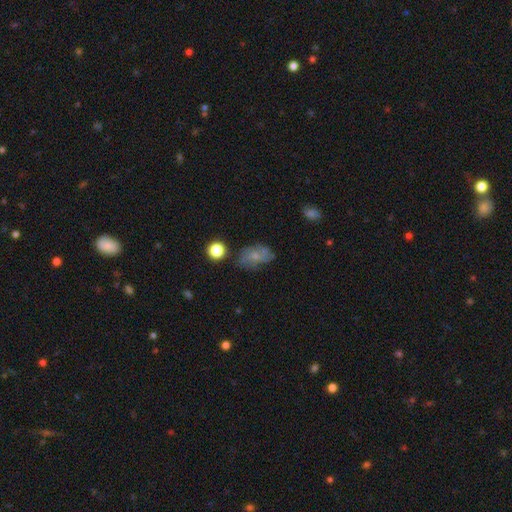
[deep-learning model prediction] smooth_or_featured: smooth (p=0.49) [alt: featured or disk p=0.38]
merging: none (p=0.58) [alt: minor disturbance p=0.25]